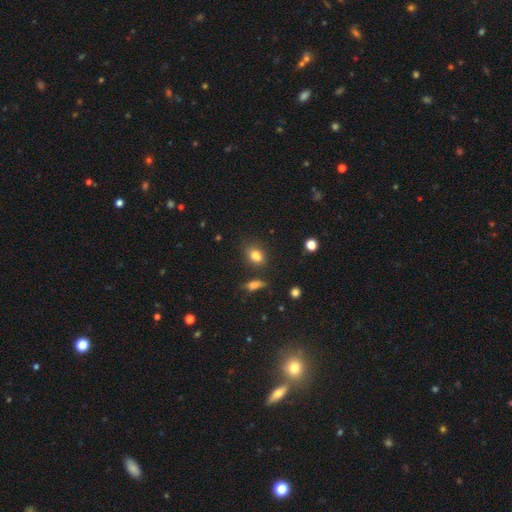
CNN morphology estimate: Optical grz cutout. It shows a smooth galaxy with no disk features (79%) that is in between round and cigar-shaped (66%). Merging: none (62%).